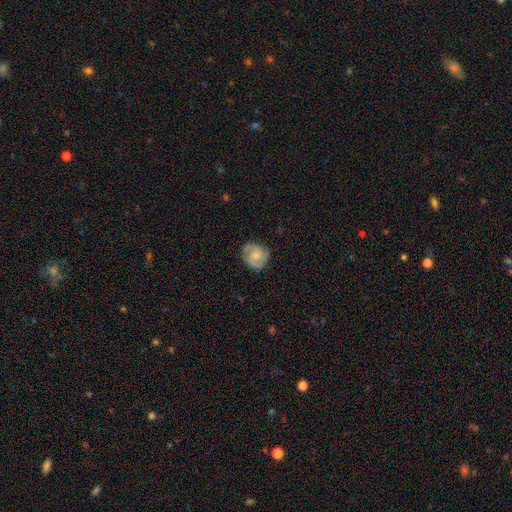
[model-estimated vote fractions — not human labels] The model was most divided on "spiral winding": medium: 44%, tight: 43%, loose: 13%. More confident: edge-on disk — no (98%); spiral arms — yes (91%); merging — none (76%); bar — no (65%); spiral arm count — 2 (61%); smooth or featured — featured or disk (57%); bulge size — small (52%).